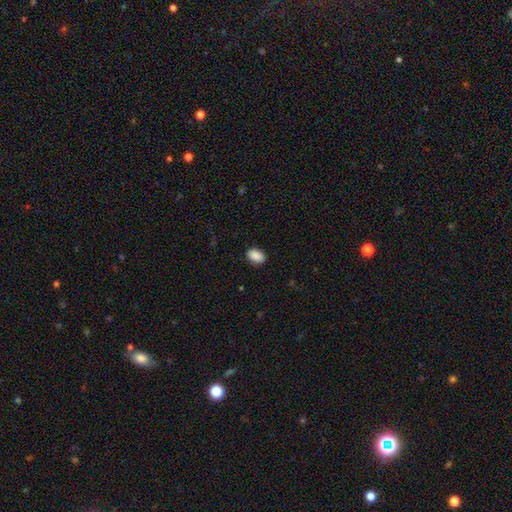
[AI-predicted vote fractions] This is clearly a smooth galaxy (90%). How rounded: clearly in between (88%). Merging: clearly none (89%).